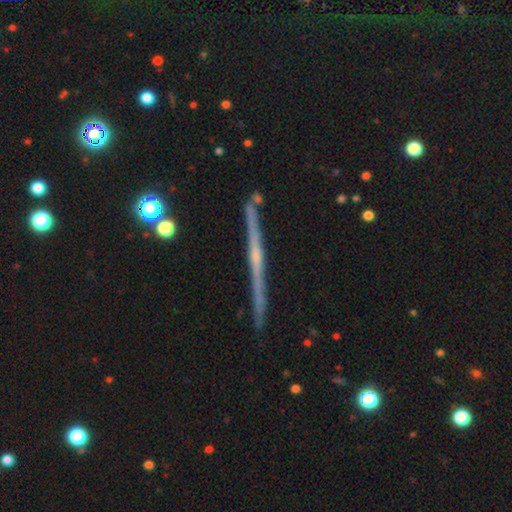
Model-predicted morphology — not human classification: type=featured or disk (76%); edge-on=yes (98%); edge-on bulge=none (50%); merging=none (87%).